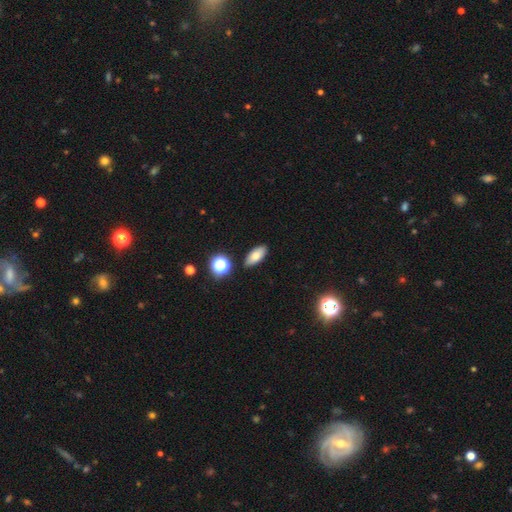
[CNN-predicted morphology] smooth 78%, featured or disk 12%, star or artifact 11%. Down the decision tree: how rounded — in between (86%); merging — none (87%).